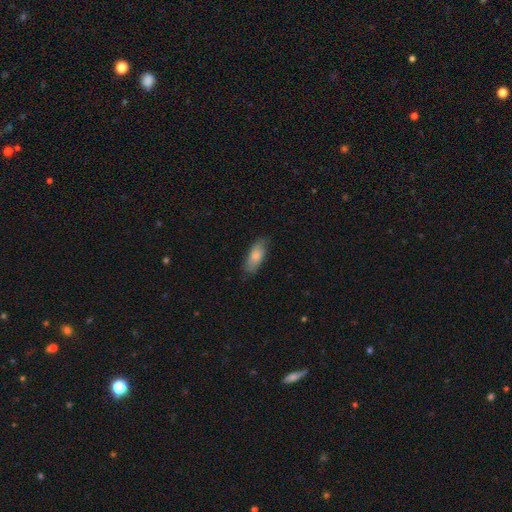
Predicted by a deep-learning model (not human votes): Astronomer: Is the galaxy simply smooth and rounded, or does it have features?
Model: smooth — 77%.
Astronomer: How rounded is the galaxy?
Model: in between — 79%.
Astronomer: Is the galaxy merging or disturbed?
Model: none — 74%.